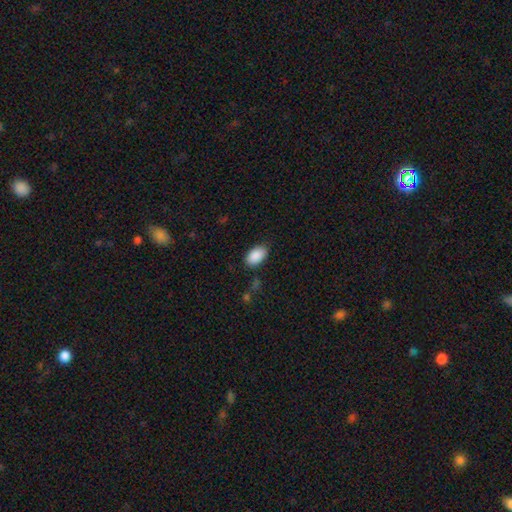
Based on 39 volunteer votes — This is clearly a smooth galaxy (92%). How rounded: clearly in between (92%). Merging: clearly none (89%).